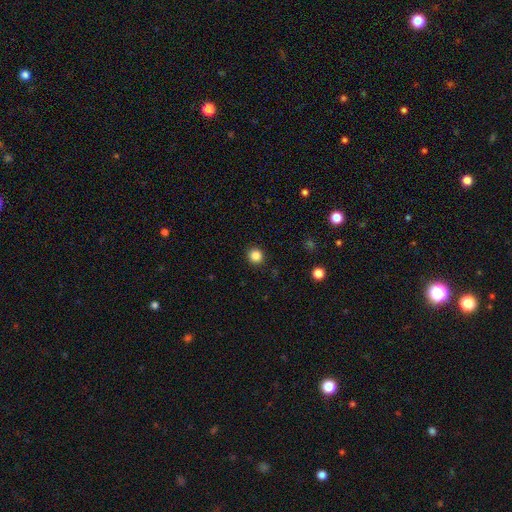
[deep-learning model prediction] smooth 85%, star or artifact 11%, featured or disk 3%. Down the decision tree: how rounded — round (92%); merging — none (92%).